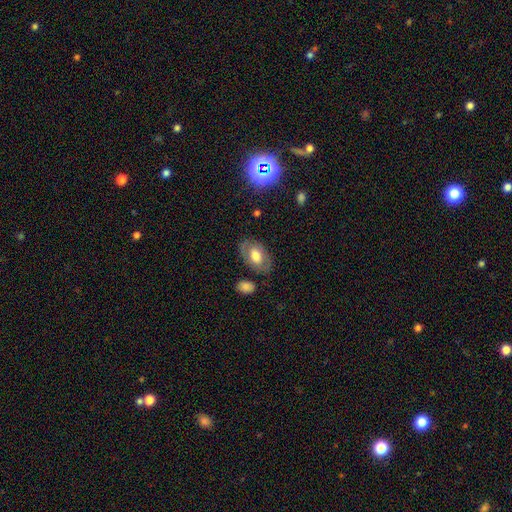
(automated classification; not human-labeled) Overall: smooth (56%; featured or disk 36%). How rounded: in between (89%). Merging: none (76%).